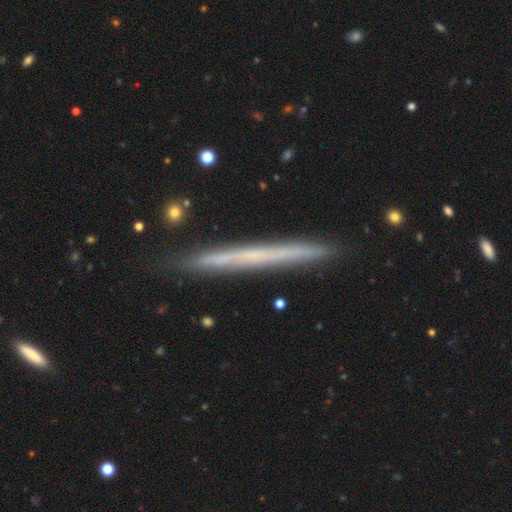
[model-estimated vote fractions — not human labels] This appears to be a featured or disk galaxy (55%) viewed edge-on (96%) with no central bulge (93%). Merging: none (89%).